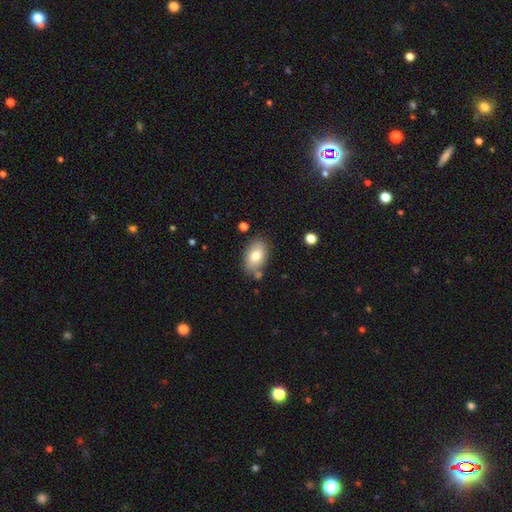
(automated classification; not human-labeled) smooth 77%, featured or disk 16%, star or artifact 8%. Down the decision tree: how rounded — in between (89%); merging — none (76%).